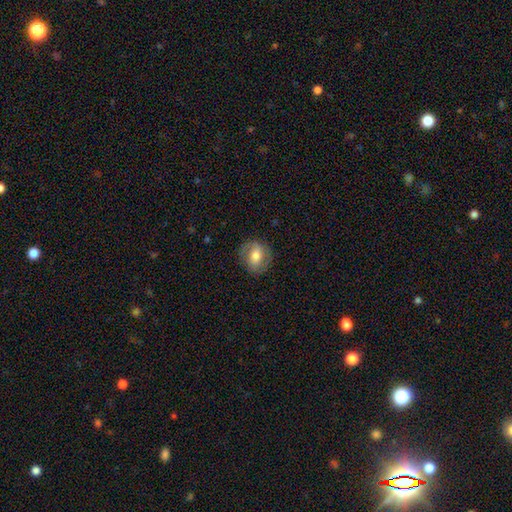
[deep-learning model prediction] Smooth or featured?
  - smooth: 48% *
  - featured or disk: 45%
  - star or artifact: 7%
Merging?
  - none: 81% *
  - minor disturbance: 13%
  - major disturbance: 5%
  - merger: 1%